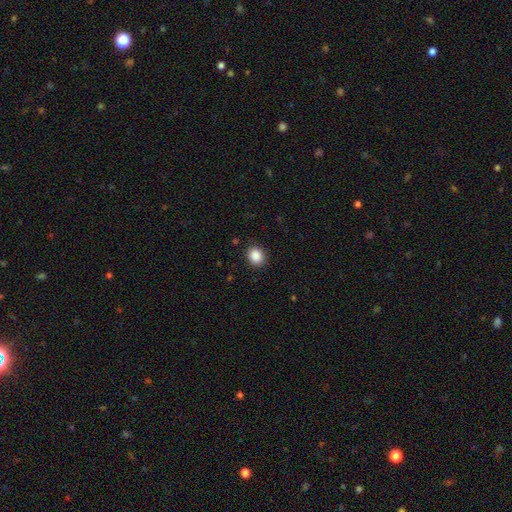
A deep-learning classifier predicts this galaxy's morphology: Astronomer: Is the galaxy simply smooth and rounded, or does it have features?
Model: smooth — 88%.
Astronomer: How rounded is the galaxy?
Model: round — 60% (runner-up: in between, 39%).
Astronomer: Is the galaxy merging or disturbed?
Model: none — 88%.